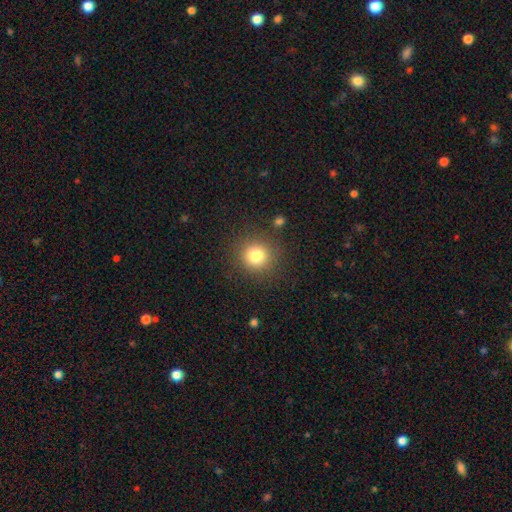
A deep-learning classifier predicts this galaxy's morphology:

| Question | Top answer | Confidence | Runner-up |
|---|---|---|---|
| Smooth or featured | smooth | 79% | star or artifact (13%) |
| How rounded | round | 93% | in between (6%) |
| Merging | none | 87% | minor disturbance (7%) |